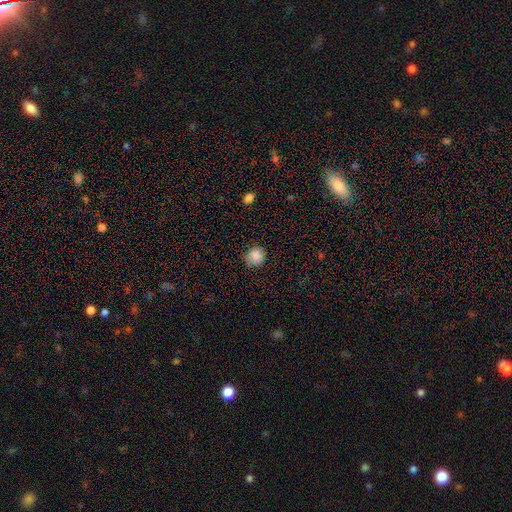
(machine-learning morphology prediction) Smooth or featured: smooth — 87% (star or artifact — 9%)
How rounded: round — 86% (in between — 13%)
Merging: none — 81% (minor disturbance — 15%)